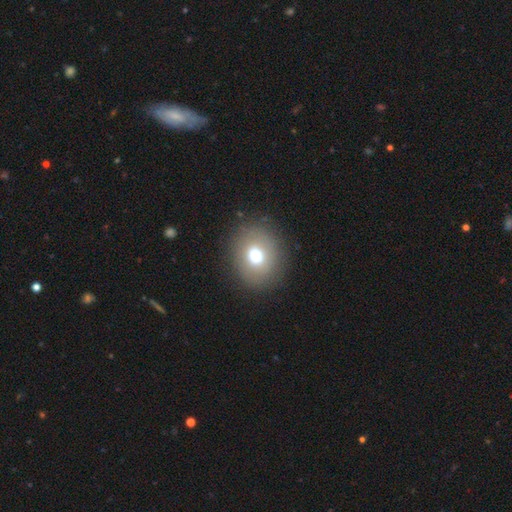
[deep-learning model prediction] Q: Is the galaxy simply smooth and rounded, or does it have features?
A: smooth — 72%.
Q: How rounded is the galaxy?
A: round — 58%.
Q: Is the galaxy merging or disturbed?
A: none — 84%.